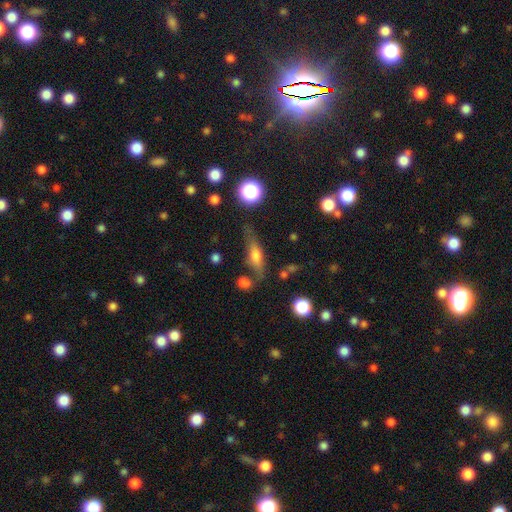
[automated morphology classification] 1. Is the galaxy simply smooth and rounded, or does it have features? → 51% smooth, 39% featured or disk, 10% star or artifact.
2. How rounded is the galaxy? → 47% cigar-shaped, 46% in between, 6% round.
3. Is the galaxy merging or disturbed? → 64% none, 20% minor disturbance, 8% major disturbance, 7% merger.